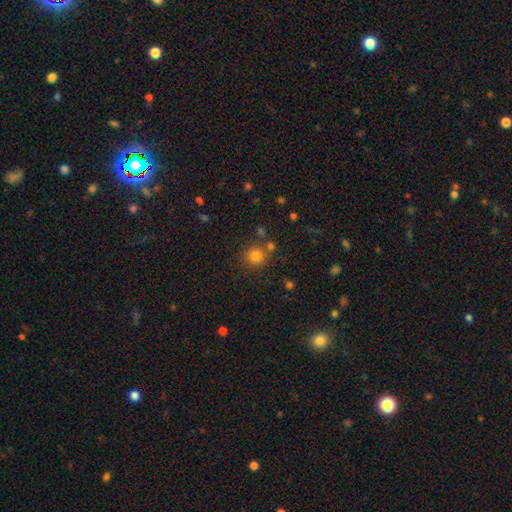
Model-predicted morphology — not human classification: Overall: smooth (80%). How rounded: round (90%). Merging: none (76%).